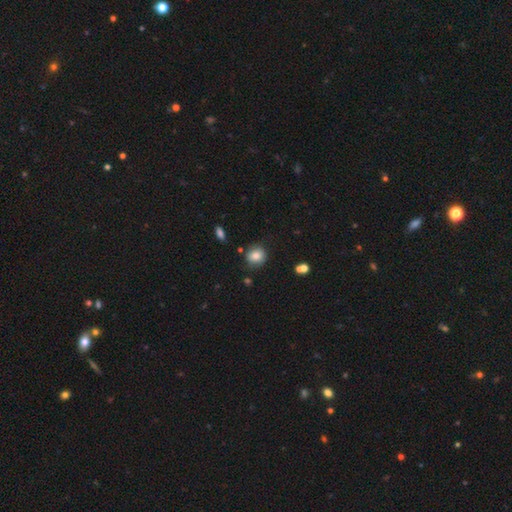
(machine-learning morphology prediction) A smooth galaxy with no disk features (82%) that is round (80%).

Vote fractions:
- Smooth or featured? smooth: 82% / star or artifact: 10% / featured or disk: 8%
- How rounded? round: 80% / in between: 19% / cigar-shaped: 1%
- Merging? none: 79% / minor disturbance: 14% / major disturbance: 4% / merger: 4%